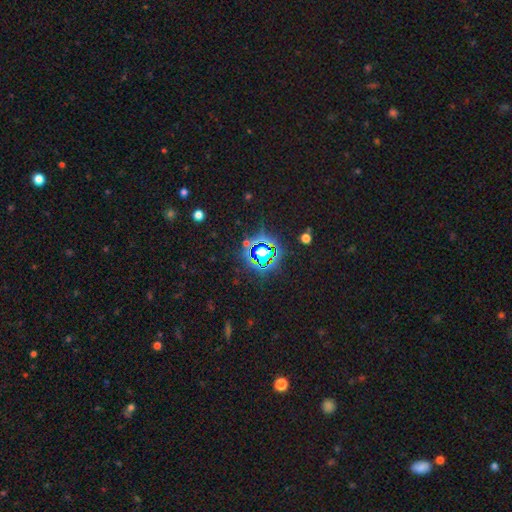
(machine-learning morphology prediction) Smooth or featured?
  - star or artifact: 81% *
  - smooth: 12%
  - featured or disk: 7%